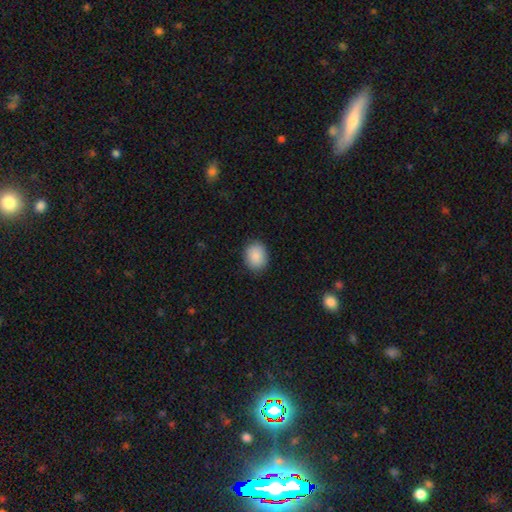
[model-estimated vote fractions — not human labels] smooth 87%, star or artifact 7%, featured or disk 5%. Down the decision tree: how rounded — round (51%); merging — none (87%).